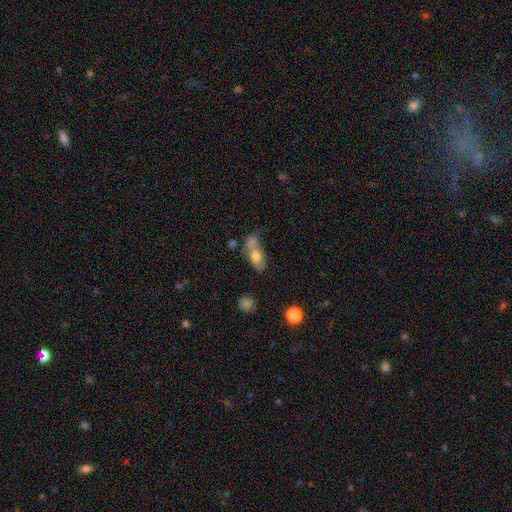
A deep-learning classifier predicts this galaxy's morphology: Smooth or featured: smooth — 69% (featured or disk — 22%)
How rounded: in between — 77% (cigar-shaped — 13%)
Merging: merger — 41% (none — 37%)